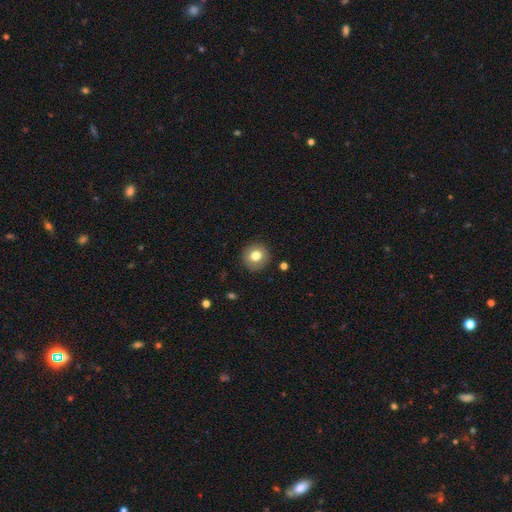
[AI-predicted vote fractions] Q: Smooth or featured?
A: smooth (78%); runner-up: featured or disk (13%)
Q: How rounded?
A: round (91%); runner-up: in between (8%)
Q: Merging?
A: none (90%); runner-up: minor disturbance (7%)